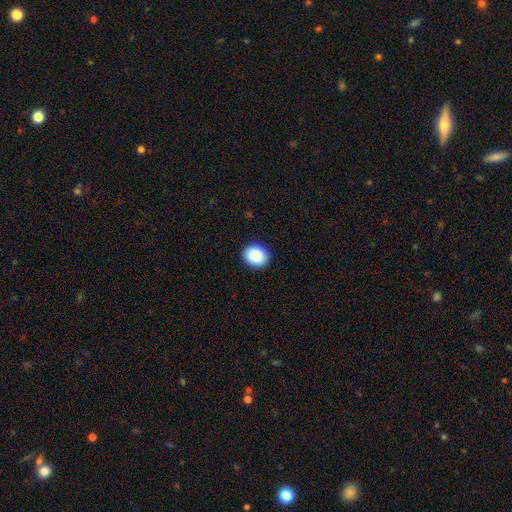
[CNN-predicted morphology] type=smooth (90%); roundness=round (59%); merging=none (91%).